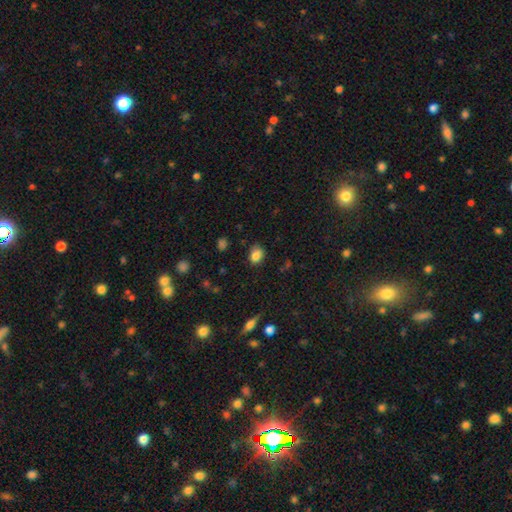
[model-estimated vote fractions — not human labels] Smooth or featured: smooth — 84% (star or artifact — 10%)
How rounded: in between — 63% (round — 36%)
Merging: none — 72% (minor disturbance — 22%)